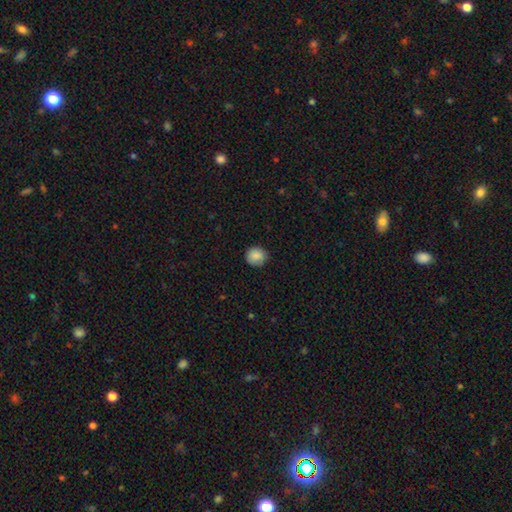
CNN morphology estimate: This appears to be a smooth galaxy with no disk features (86%) that is round (89%). Merging: none (85%).